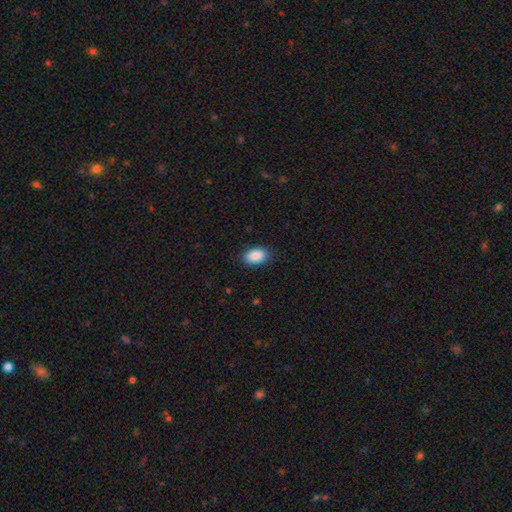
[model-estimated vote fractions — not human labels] smooth_or_featured: smooth (p=0.90) [alt: star or artifact p=0.07]
how_rounded: in between (p=0.89) [alt: round p=0.10]
merging: none (p=0.86) [alt: minor disturbance p=0.11]